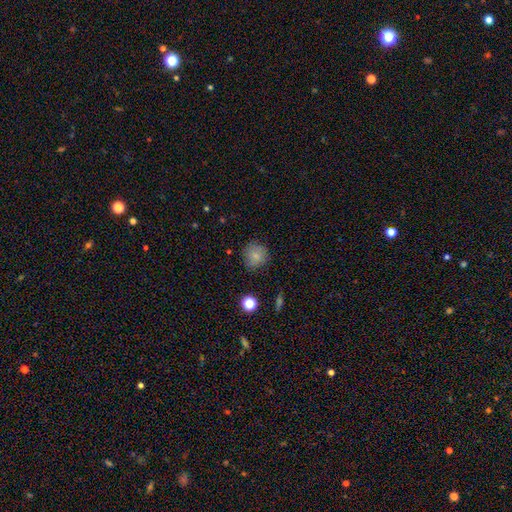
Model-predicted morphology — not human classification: The model was most divided on "merging": none: 82%, minor disturbance: 13%, major disturbance: 4%, merger: 2%. More confident: how rounded — round (90%); smooth or featured — smooth (81%).